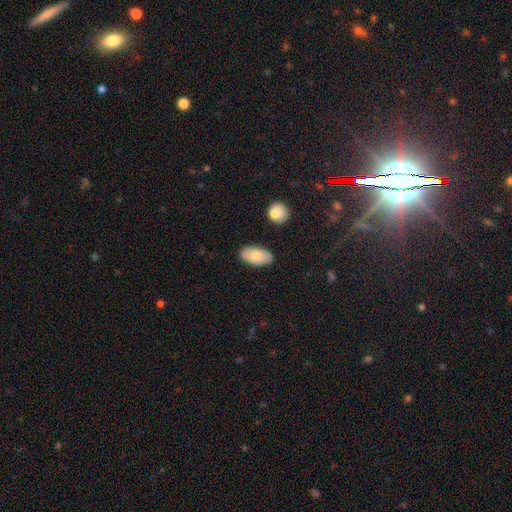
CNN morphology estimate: Smooth or featured? Predicted: smooth (p=0.77). How rounded? Predicted: in between (p=0.95). Merging? Predicted: none (p=0.84).